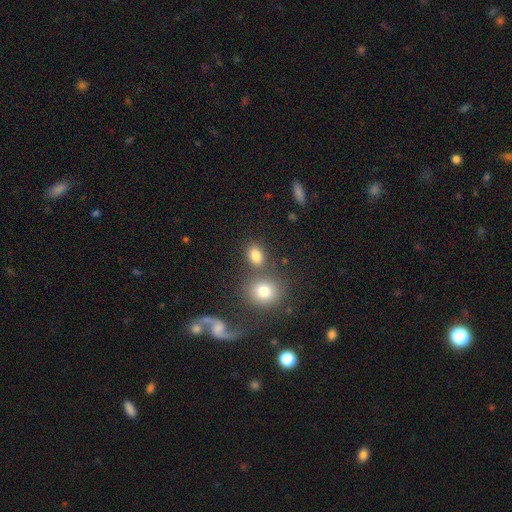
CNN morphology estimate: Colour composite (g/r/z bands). It shows a smooth galaxy with no disk features (81%) that is in between round and cigar-shaped (65%). Merging: none (69%).